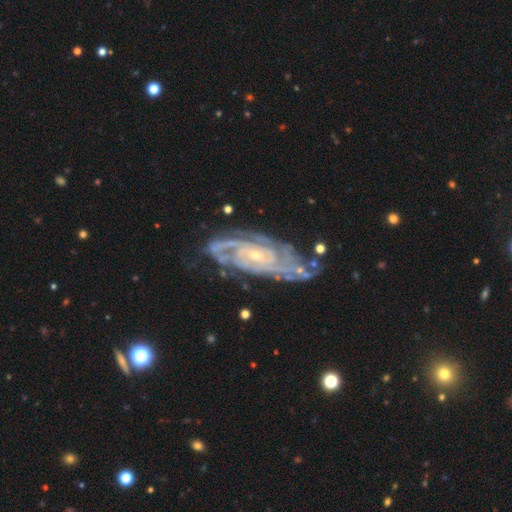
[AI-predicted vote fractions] A featured or disk galaxy (90%) with no bar (65%), 3 (24%) tight (73%) spiral arms (98%) and a small central bulge (77%). Merging: none (71%).